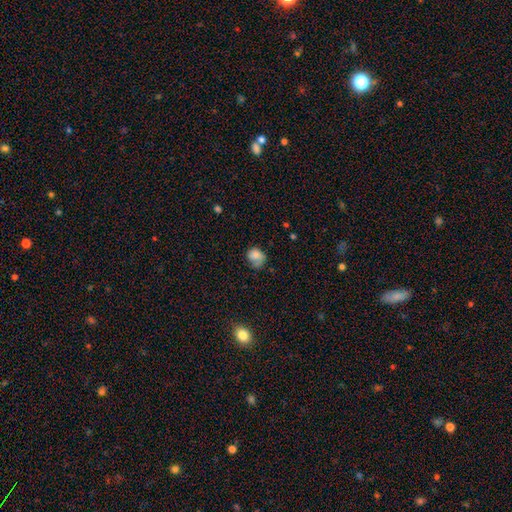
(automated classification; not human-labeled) A smooth galaxy with no disk features (77%) that is round (57%). Merging: none (43%).